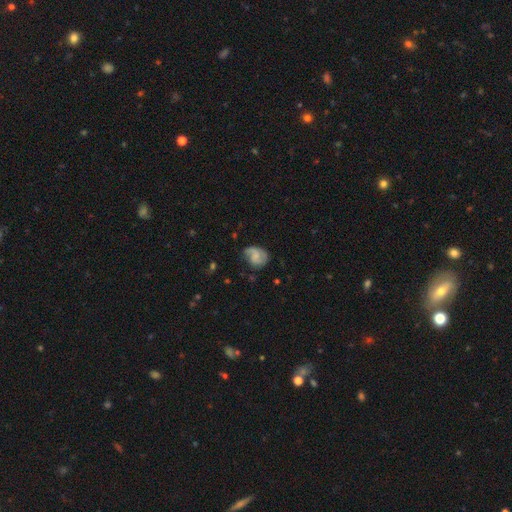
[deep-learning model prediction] Smooth or featured? Predicted: featured or disk (p=0.51). Edge-on disk? Predicted: no (p=0.97). Merging? Predicted: none (p=0.54).